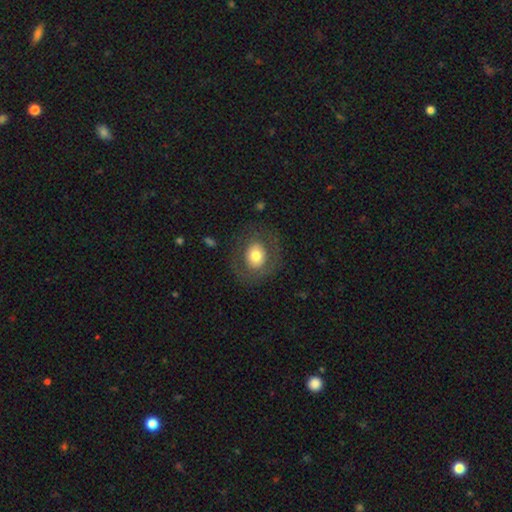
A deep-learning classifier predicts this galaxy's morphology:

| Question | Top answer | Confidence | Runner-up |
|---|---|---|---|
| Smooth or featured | smooth | 63% | featured or disk (29%) |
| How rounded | round | 65% | in between (34%) |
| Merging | none | 77% | minor disturbance (12%) |